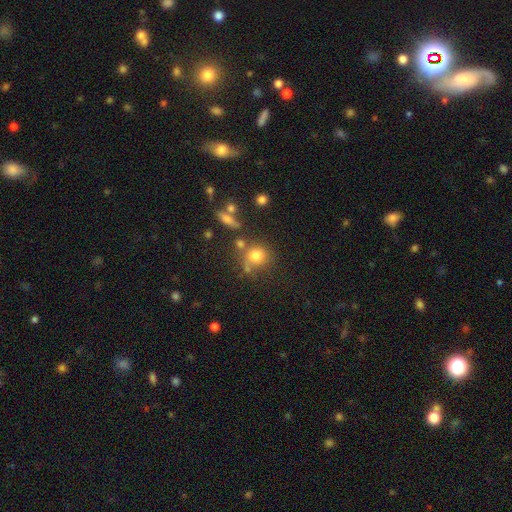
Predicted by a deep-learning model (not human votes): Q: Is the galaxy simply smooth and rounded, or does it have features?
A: smooth — 78%.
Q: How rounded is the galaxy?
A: round — 84%.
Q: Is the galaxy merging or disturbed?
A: none — 58%.